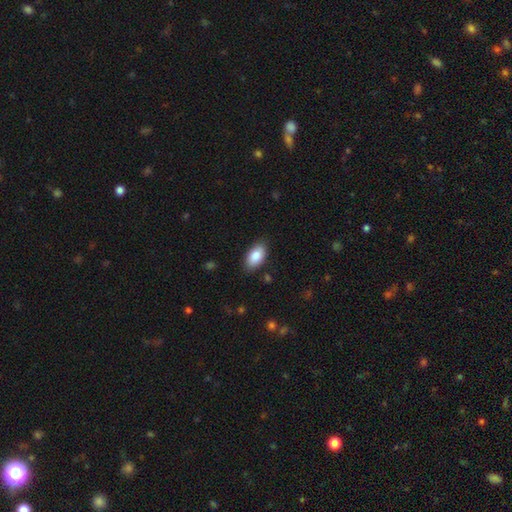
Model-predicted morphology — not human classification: Q: Smooth or featured?
A: smooth (87%); runner-up: featured or disk (7%)
Q: How rounded?
A: in between (94%); runner-up: round (3%)
Q: Merging?
A: none (85%); runner-up: minor disturbance (11%)